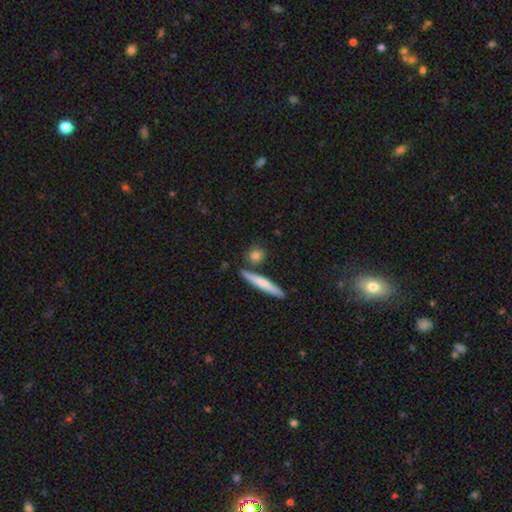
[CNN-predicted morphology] Smooth or featured? Predicted: smooth (p=0.79). How rounded? Predicted: round (p=0.48). Merging? Predicted: none (p=0.76).